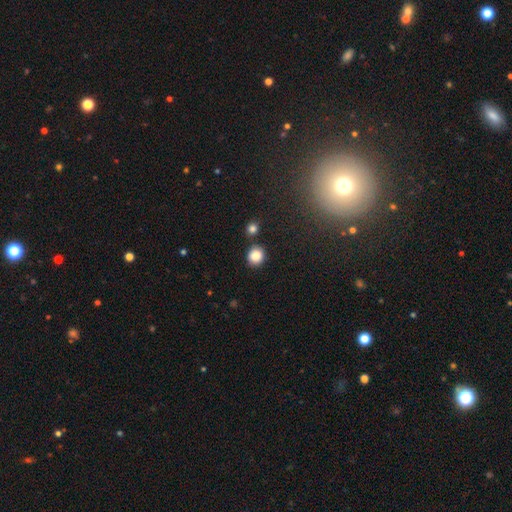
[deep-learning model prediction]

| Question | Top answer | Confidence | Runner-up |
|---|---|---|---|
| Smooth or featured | smooth | 85% | star or artifact (10%) |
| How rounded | round | 81% | in between (18%) |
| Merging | none | 78% | minor disturbance (10%) |